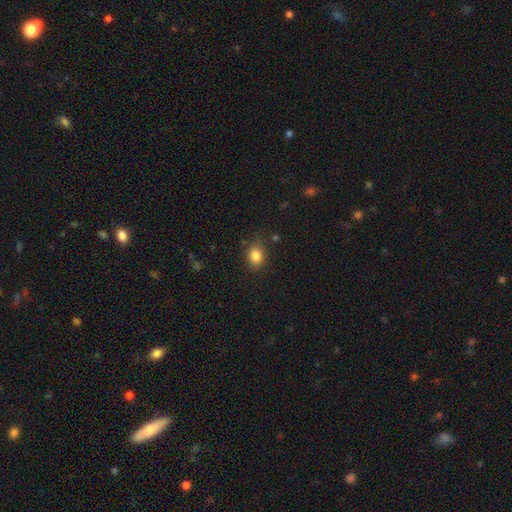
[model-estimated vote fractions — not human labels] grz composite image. It shows a smooth galaxy with no disk features (84%) that is in between round and cigar-shaped (51%). Merging: none (80%).